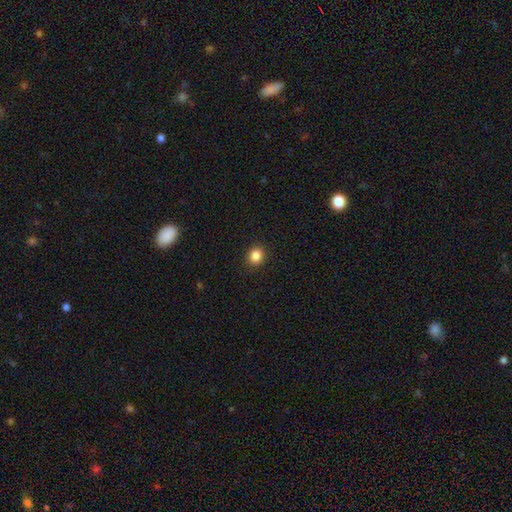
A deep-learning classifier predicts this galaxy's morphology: The model was most divided on "how rounded": round: 74%, in between: 25%, cigar-shaped: 1%. More confident: merging — none (90%); smooth or featured — smooth (85%).